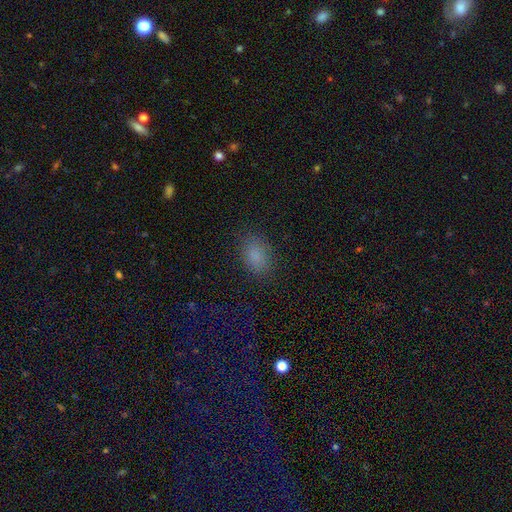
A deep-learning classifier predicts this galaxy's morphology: This is clearly a smooth galaxy (83%). How rounded: clearly in between (84%). Merging: clearly none (83%).